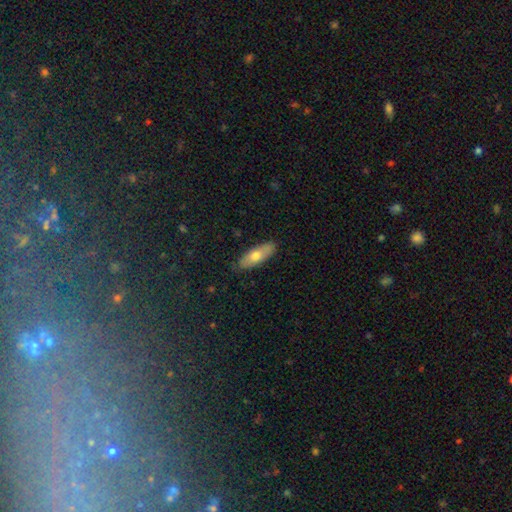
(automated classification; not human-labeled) A smooth galaxy with no disk features (68%) that is in between round and cigar-shaped (67%). Merging: none (84%).